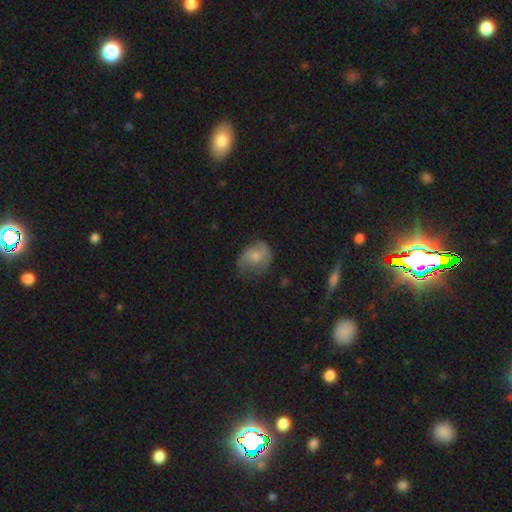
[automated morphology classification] A smooth galaxy with no disk features (57%) that is round (52%).

Vote fractions:
- Smooth or featured? smooth: 57% / featured or disk: 35% / star or artifact: 8%
- How rounded? round: 52% / in between: 46% / cigar-shaped: 1%
- Merging? none: 42% / minor disturbance: 35% / major disturbance: 21% / merger: 2%